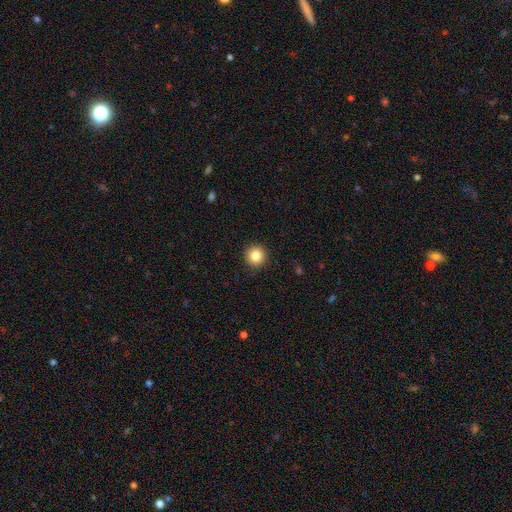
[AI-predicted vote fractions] This is clearly a smooth galaxy (84%). How rounded: clearly round (96%). Merging: clearly none (92%).